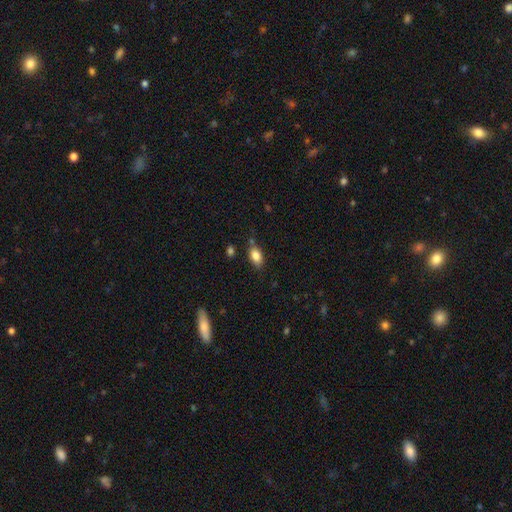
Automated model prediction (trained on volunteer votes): Overall: smooth (84%). How rounded: in between (88%). Merging: none (74%).